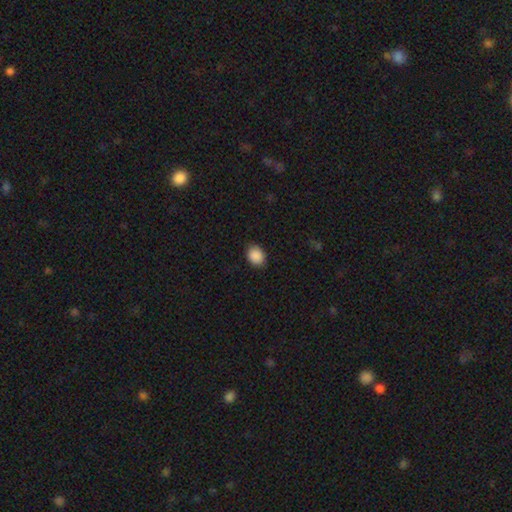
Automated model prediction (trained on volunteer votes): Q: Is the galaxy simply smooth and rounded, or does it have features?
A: smooth — 90%.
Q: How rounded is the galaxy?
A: in between — 55%.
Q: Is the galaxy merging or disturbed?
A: none — 87%.